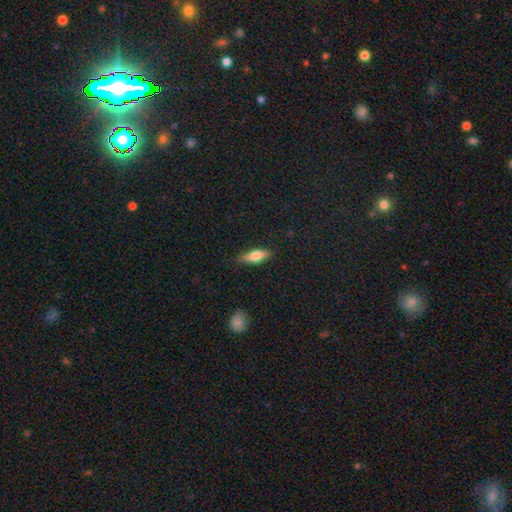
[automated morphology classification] type=smooth (67%); roundness=in between (57%); merging=none (82%).